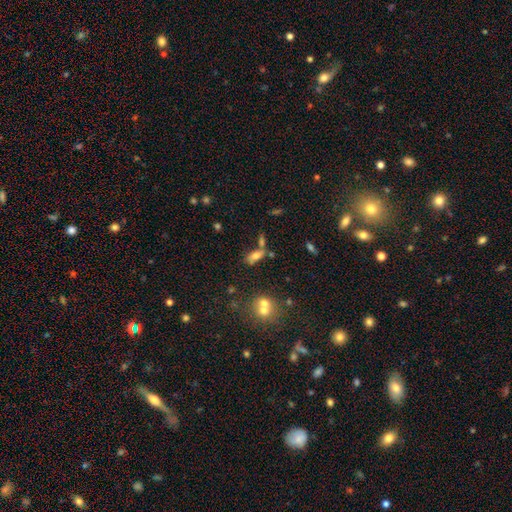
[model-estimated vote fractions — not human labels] smooth-or-featured: smooth: 67% | featured or disk: 20% | star or artifact: 13%
  how-rounded: in between: 75% | cigar-shaped: 18% | round: 6%
  merging: none: 47% | merger: 30% | minor disturbance: 15% | major disturbance: 8%